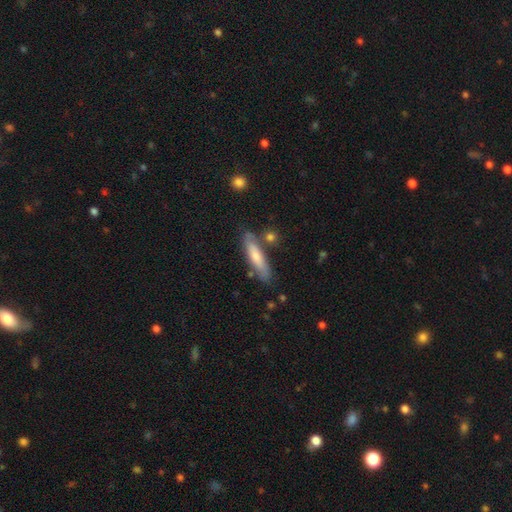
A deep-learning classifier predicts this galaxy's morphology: Smooth or featured? smooth (61%)
How rounded? cigar-shaped (78%)
Merging? none (75%)